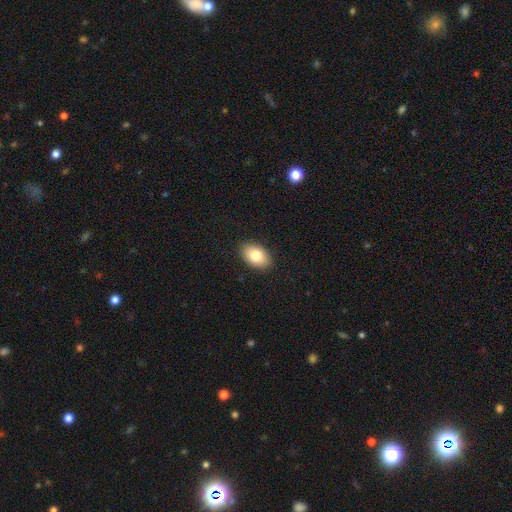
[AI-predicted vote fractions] Smooth or featured? Predicted: smooth (p=0.80). How rounded? Predicted: in between (p=0.90). Merging? Predicted: none (p=0.89).